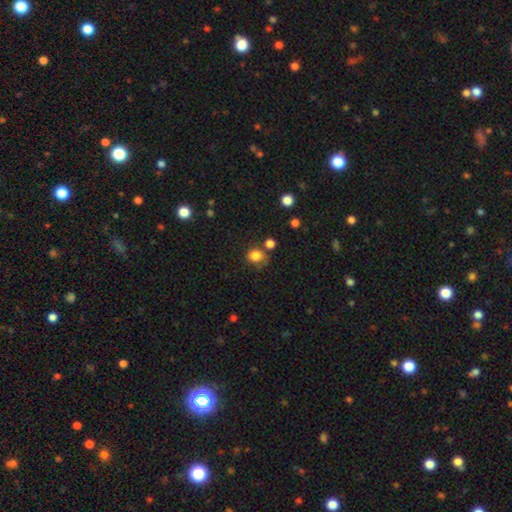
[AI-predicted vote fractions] smooth-or-featured: smooth: 82% | star or artifact: 12% | featured or disk: 6%
  how-rounded: round: 80% | in between: 19% | cigar-shaped: 1%
  merging: none: 64% | minor disturbance: 18% | merger: 11% | major disturbance: 7%